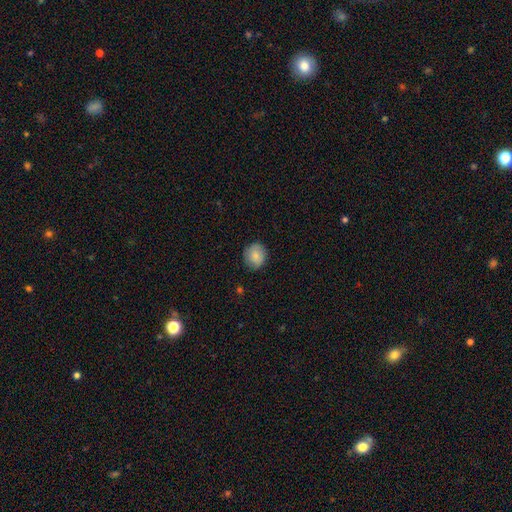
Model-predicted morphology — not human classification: smooth_or_featured: smooth (p=0.83) [alt: featured or disk p=0.10]
how_rounded: round (p=0.82) [alt: in between p=0.17]
merging: none (p=0.84) [alt: minor disturbance p=0.13]